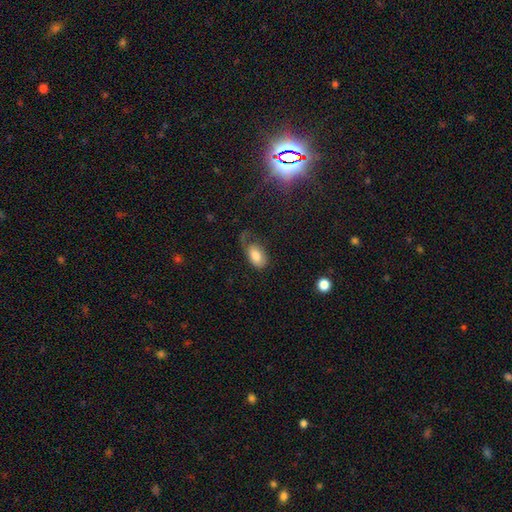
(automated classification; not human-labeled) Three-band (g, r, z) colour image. It shows a smooth galaxy with no disk features (76%) that is in between round and cigar-shaped (93%). Merging: none (38%).